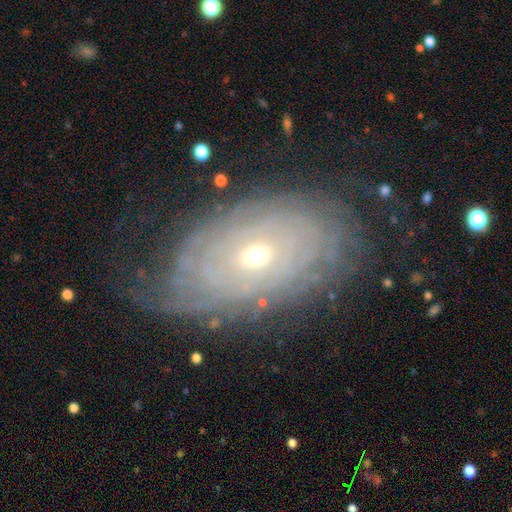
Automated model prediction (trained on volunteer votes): Smooth or featured?
  - featured or disk: 80% *
  - smooth: 13%
  - star or artifact: 8%
Edge-on disk?
  - no: 93% *
  - yes: 7%
Bar?
  - no: 73% *
  - weak: 21%
  - strong: 6%
Spiral arms?
  - yes: 88% *
  - no: 12%
Spiral winding?
  - tight: 84% *
  - medium: 12%
  - loose: 4%
Spiral arm count?
  - can't tell: 55% *
  - more than 4: 13%
  - 2: 10%
  - 4: 9%
  - 3: 8%
  - 1: 5%
Bulge size?
  - small: 52% *
  - moderate: 44%
  - large: 2%
  - dominant: 1%
  - none: 1%
Merging?
  - none: 71% *
  - minor disturbance: 19%
  - major disturbance: 9%
  - merger: 2%